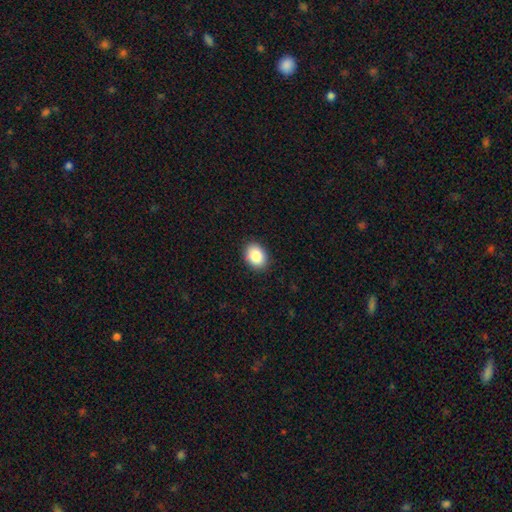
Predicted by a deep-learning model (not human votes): Smooth or featured? Predicted: smooth (p=0.88). How rounded? Predicted: in between (p=0.72). Merging? Predicted: none (p=0.90).